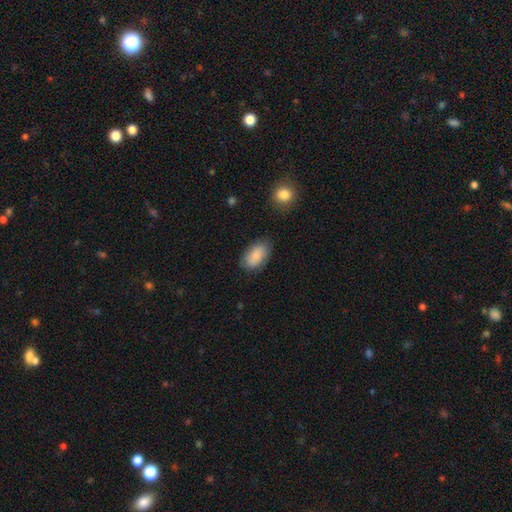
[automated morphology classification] smooth-or-featured: smooth: 82% | featured or disk: 12% | star or artifact: 7%
  how-rounded: in between: 93% | round: 5% | cigar-shaped: 2%
  merging: none: 77% | minor disturbance: 17% | major disturbance: 4% | merger: 2%